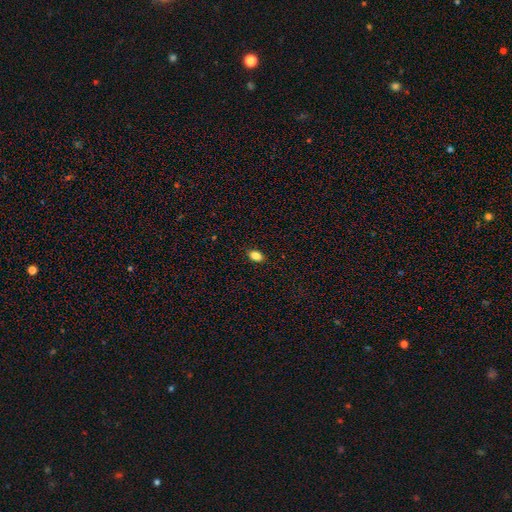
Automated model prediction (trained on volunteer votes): This is clearly a smooth galaxy (86%). How rounded: clearly in between (85%). Merging: clearly none (88%).